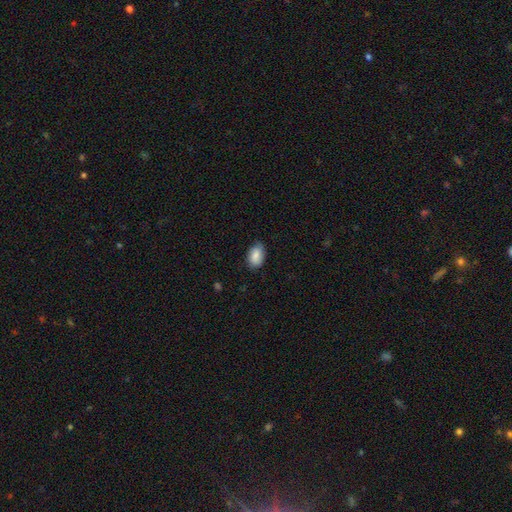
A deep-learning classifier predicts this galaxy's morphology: A smooth galaxy with no disk features (84%) that is in between round and cigar-shaped (90%).

Vote fractions:
- Smooth or featured? smooth: 84% / featured or disk: 9% / star or artifact: 7%
- How rounded? in between: 90% / round: 9% / cigar-shaped: 1%
- Merging? none: 76% / minor disturbance: 20% / major disturbance: 3% / merger: 1%